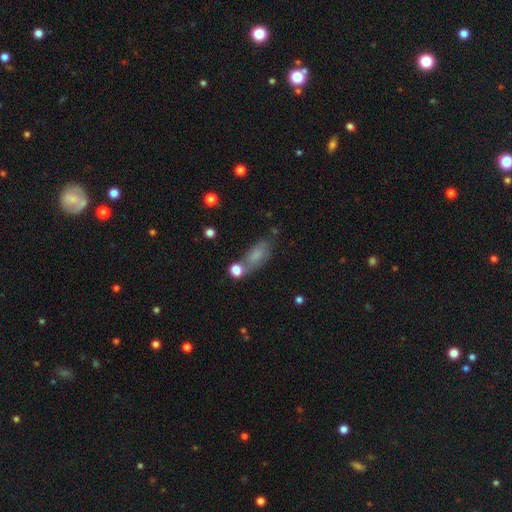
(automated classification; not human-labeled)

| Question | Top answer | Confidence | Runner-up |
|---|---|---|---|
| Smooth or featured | smooth | 71% | featured or disk (17%) |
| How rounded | in between | 79% | cigar-shaped (14%) |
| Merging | none | 53% | minor disturbance (21%) |